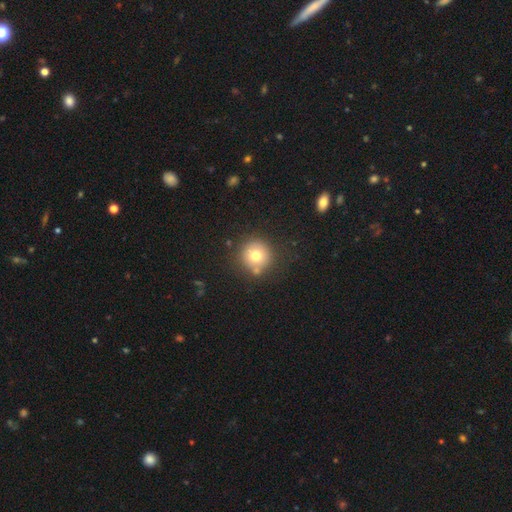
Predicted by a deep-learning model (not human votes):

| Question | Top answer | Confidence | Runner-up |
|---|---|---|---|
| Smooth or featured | smooth | 73% | featured or disk (15%) |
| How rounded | round | 94% | in between (5%) |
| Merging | none | 78% | minor disturbance (11%) |